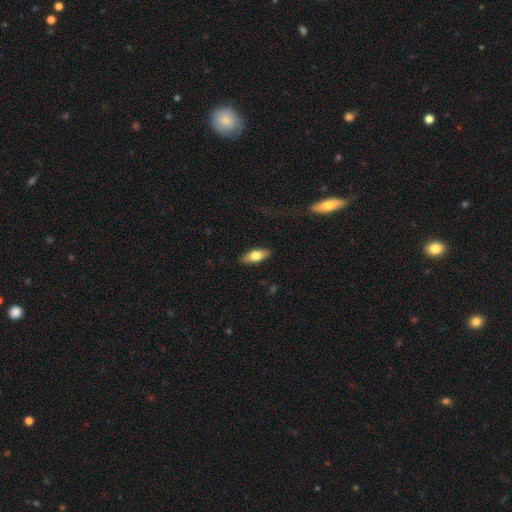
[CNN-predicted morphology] Overall: smooth (71%). How rounded: in between (78%). Merging: none (87%).